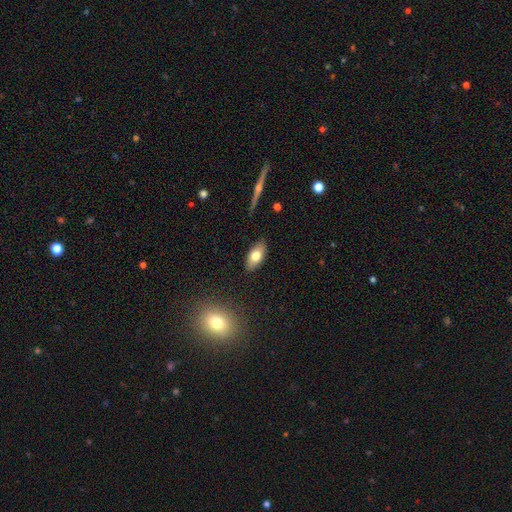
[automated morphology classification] Smooth or featured: smooth — 75% (featured or disk — 18%)
How rounded: in between — 90% (cigar-shaped — 5%)
Merging: none — 87% (minor disturbance — 10%)